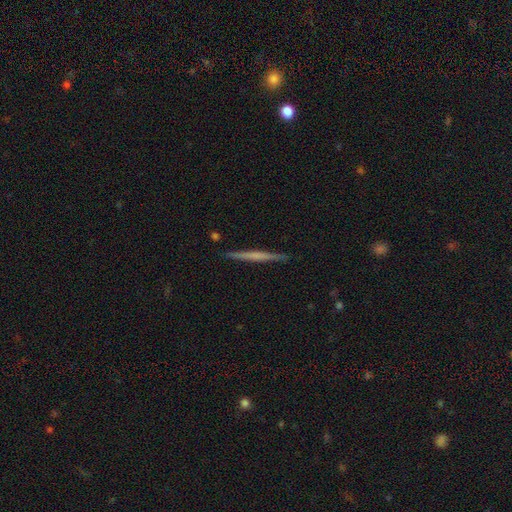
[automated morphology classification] Smooth or featured? Predicted: featured or disk (p=0.54). Edge-on disk? Predicted: yes (p=0.98). Edge-on bulge? Predicted: none (p=0.78). Merging? Predicted: none (p=0.92).